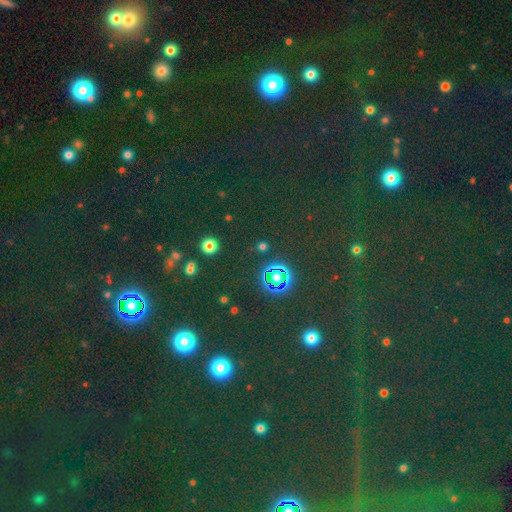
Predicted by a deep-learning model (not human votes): Smooth or featured? Predicted: star or artifact (p=0.78).